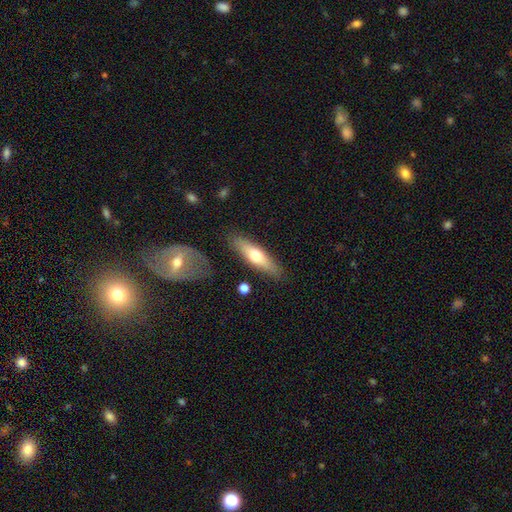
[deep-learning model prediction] Smooth or featured? smooth (56%)
How rounded? cigar-shaped (68%)
Merging? none (84%)